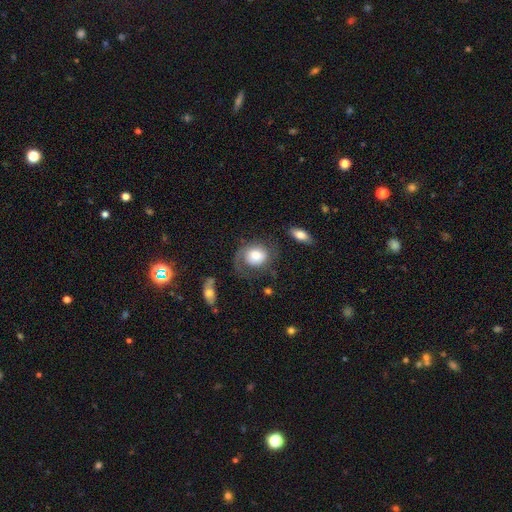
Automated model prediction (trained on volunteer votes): This appears to be a smooth galaxy with no disk features (51%) that is round (63%). Merging: none (45%).